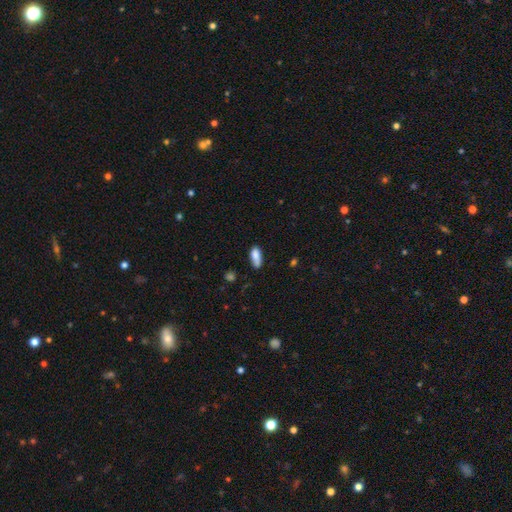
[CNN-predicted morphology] smooth-or-featured: smooth: 81% | featured or disk: 11% | star or artifact: 8%
  how-rounded: in between: 80% | cigar-shaped: 17% | round: 3%
  merging: none: 55% | minor disturbance: 28% | merger: 11% | major disturbance: 7%